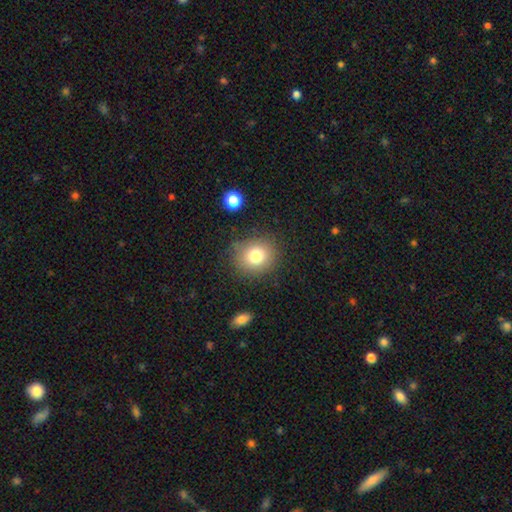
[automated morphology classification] Overall: smooth (78%). How rounded: round (77%). Merging: none (82%).